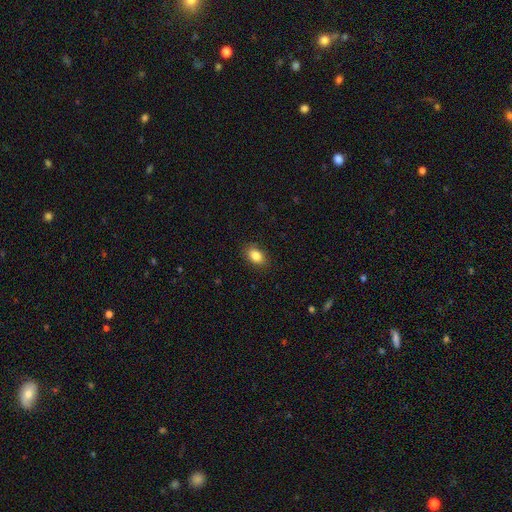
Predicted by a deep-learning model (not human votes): Smooth or featured? Predicted: smooth (p=0.86). How rounded? Predicted: in between (p=0.84). Merging? Predicted: none (p=0.88).